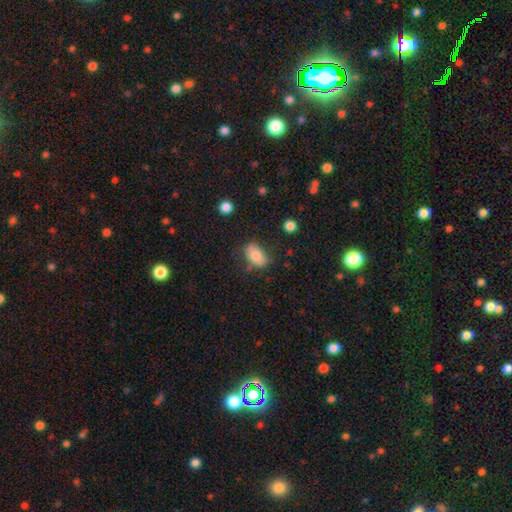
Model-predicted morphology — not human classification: A smooth galaxy with no disk features (79%) that is in between round and cigar-shaped (88%). Merging: none (69%).